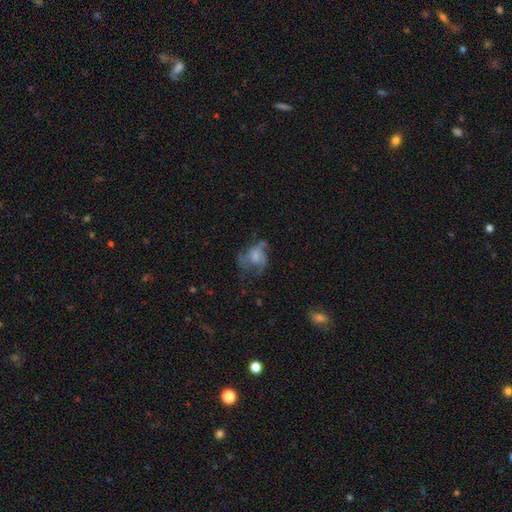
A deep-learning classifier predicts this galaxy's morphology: smooth_or_featured: featured or disk (p=0.51) [alt: smooth p=0.37]
disk_edge_on: no (p=0.97) [alt: yes p=0.03]
merging: major disturbance (p=0.41) [alt: none p=0.34]